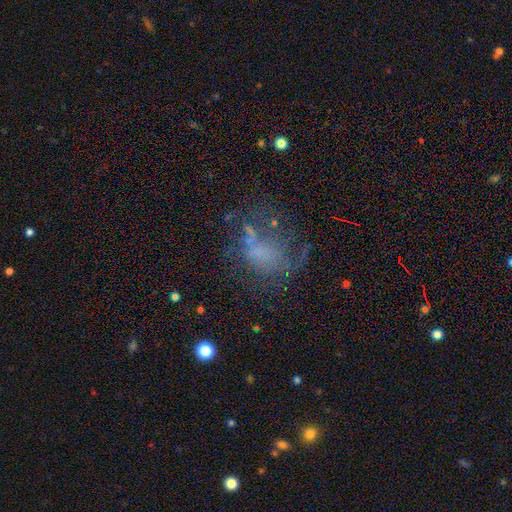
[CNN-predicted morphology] Smooth or featured? smooth (38%)
Merging? none (43%)